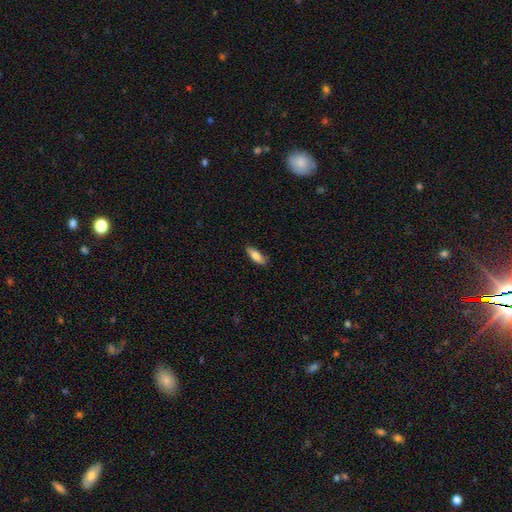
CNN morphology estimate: Q: Smooth or featured?
A: smooth (78%); runner-up: featured or disk (16%)
Q: How rounded?
A: in between (58%); runner-up: cigar-shaped (40%)
Q: Merging?
A: none (80%); runner-up: minor disturbance (16%)